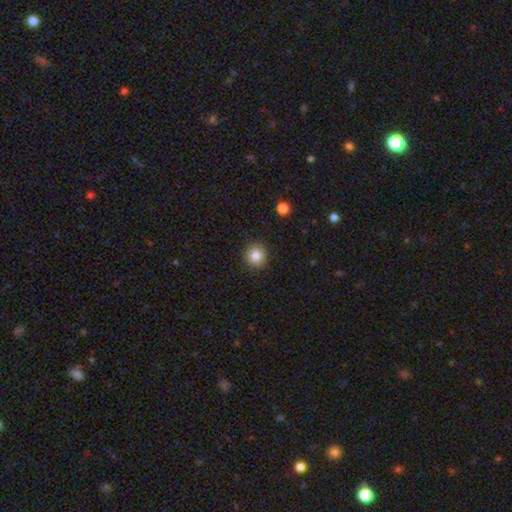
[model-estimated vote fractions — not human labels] Smooth or featured? smooth (84%)
How rounded? round (90%)
Merging? none (91%)